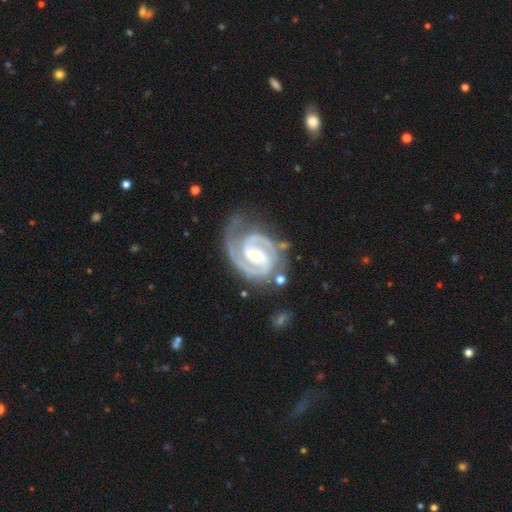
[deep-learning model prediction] Smooth or featured?
  - featured or disk: 94% *
  - star or artifact: 4%
  - smooth: 3%
Edge-on disk?
  - no: 98% *
  - yes: 2%
Bar?
  - weak: 42% *
  - strong: 32%
  - no: 26%
Spiral arms?
  - yes: 99% *
  - no: 1%
Spiral winding?
  - tight: 60% *
  - medium: 37%
  - loose: 4%
Spiral arm count?
  - 2: 85% *
  - 3: 8%
  - can't tell: 2%
  - 1: 2%
  - 4: 1%
  - more than 4: 1%
Bulge size?
  - small: 56% *
  - moderate: 40%
  - large: 2%
  - none: 1%
  - dominant: 1%
Merging?
  - none: 65% *
  - minor disturbance: 22%
  - major disturbance: 9%
  - merger: 4%